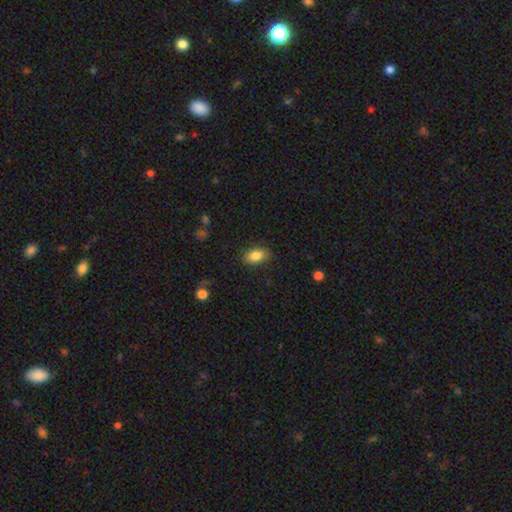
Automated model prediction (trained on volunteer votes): A smooth galaxy with no disk features (85%) that is in between round and cigar-shaped (85%).

Vote fractions:
- Smooth or featured? smooth: 85% / star or artifact: 8% / featured or disk: 7%
- How rounded? in between: 85% / round: 14% / cigar-shaped: 2%
- Merging? none: 85% / minor disturbance: 11% / major disturbance: 3% / merger: 1%